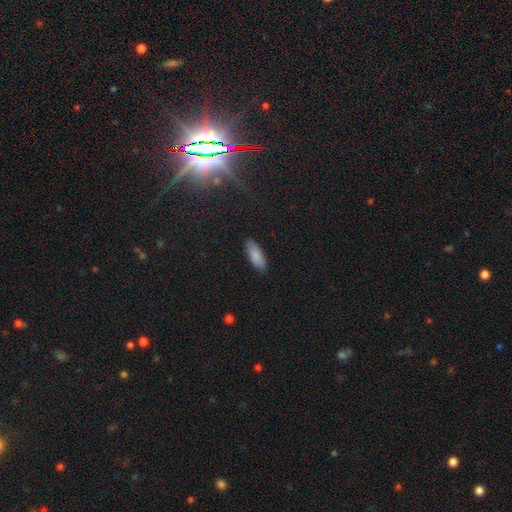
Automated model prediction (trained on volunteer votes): Overall: smooth (86%). How rounded: in between (71%). Merging: none (87%).